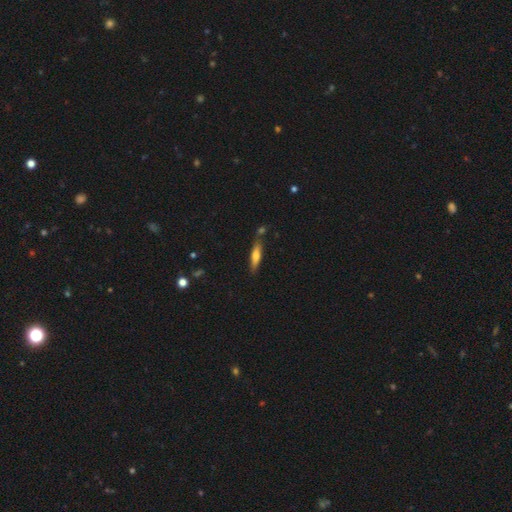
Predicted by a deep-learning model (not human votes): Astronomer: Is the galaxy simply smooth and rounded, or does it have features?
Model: smooth — 62%.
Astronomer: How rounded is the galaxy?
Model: cigar-shaped — 78%.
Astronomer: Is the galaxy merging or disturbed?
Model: none — 75%.